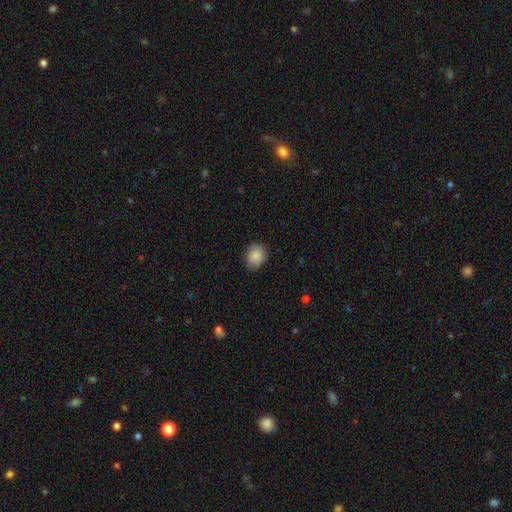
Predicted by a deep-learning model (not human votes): Smooth or featured? smooth (86%)
How rounded? round (54%)
Merging? none (79%)